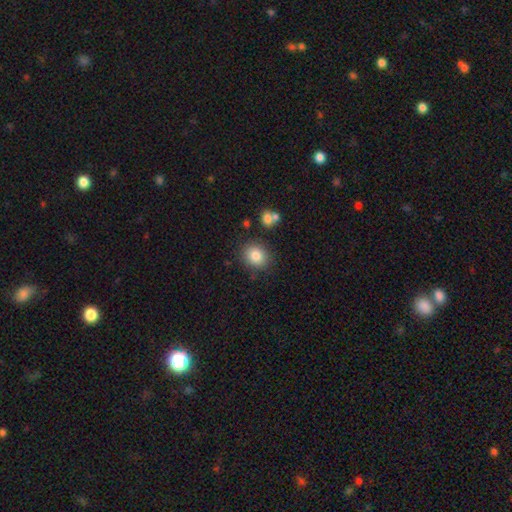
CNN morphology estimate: Smooth or featured: smooth — 82% (star or artifact — 10%)
How rounded: round — 74% (in between — 25%)
Merging: none — 84% (minor disturbance — 9%)